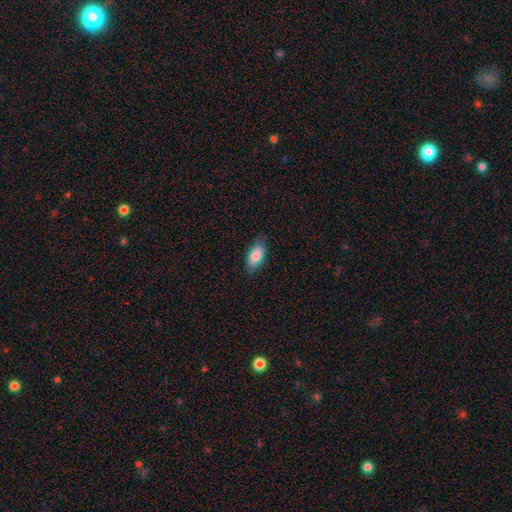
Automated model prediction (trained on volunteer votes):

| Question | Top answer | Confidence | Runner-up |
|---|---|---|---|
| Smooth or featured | smooth | 84% | featured or disk (9%) |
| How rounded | in between | 89% | cigar-shaped (8%) |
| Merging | none | 82% | minor disturbance (14%) |